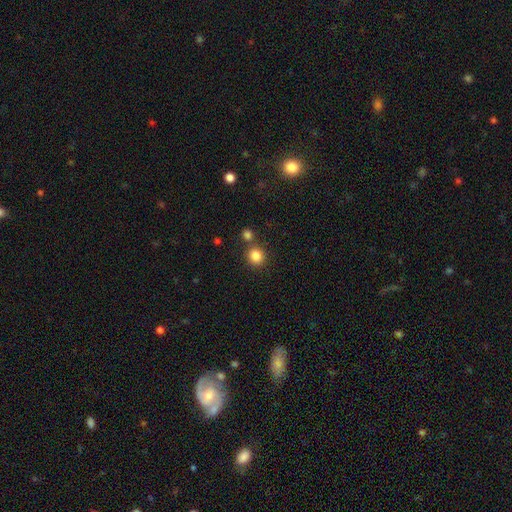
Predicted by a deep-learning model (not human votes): smooth-or-featured: smooth: 84% | star or artifact: 11% | featured or disk: 5%
  how-rounded: round: 87% | in between: 12% | cigar-shaped: 1%
  merging: none: 74% | merger: 15% | minor disturbance: 8% | major disturbance: 3%